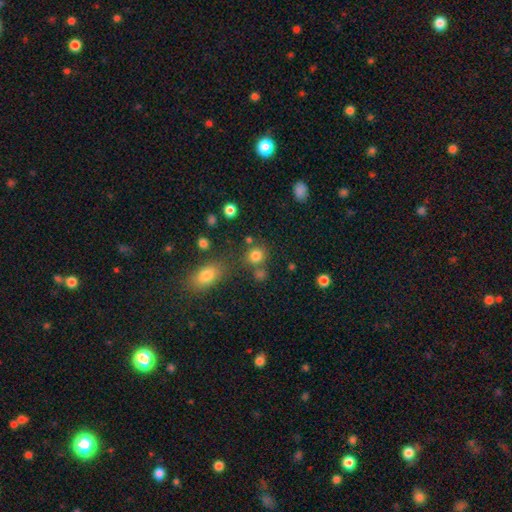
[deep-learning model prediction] Overall: smooth (80%). How rounded: round (82%). Merging: none (70%).